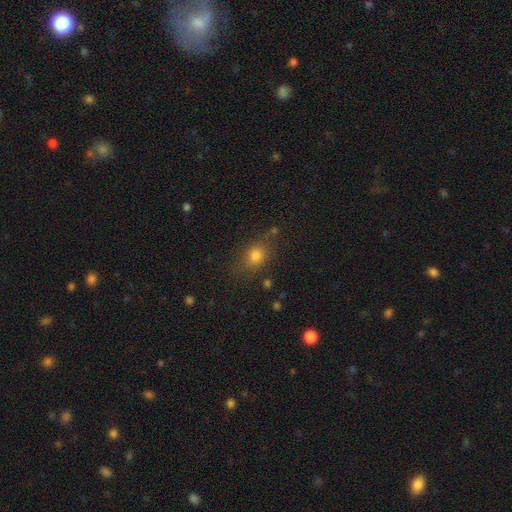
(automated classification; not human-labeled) Smooth or featured? smooth (74%)
How rounded? in between (50%)
Merging? none (74%)